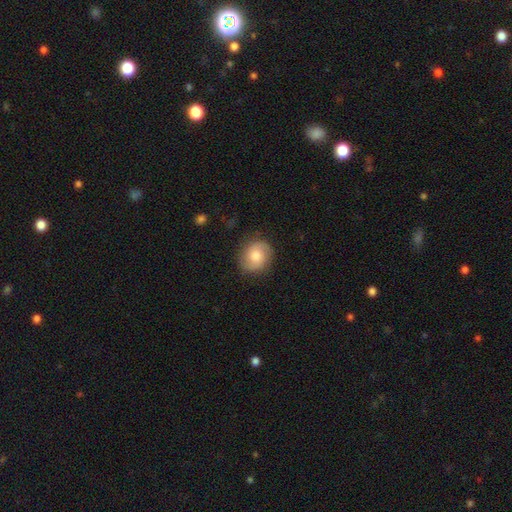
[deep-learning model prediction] smooth_or_featured: featured or disk (p=0.48) [alt: smooth p=0.44]
merging: none (p=0.84) [alt: minor disturbance p=0.12]